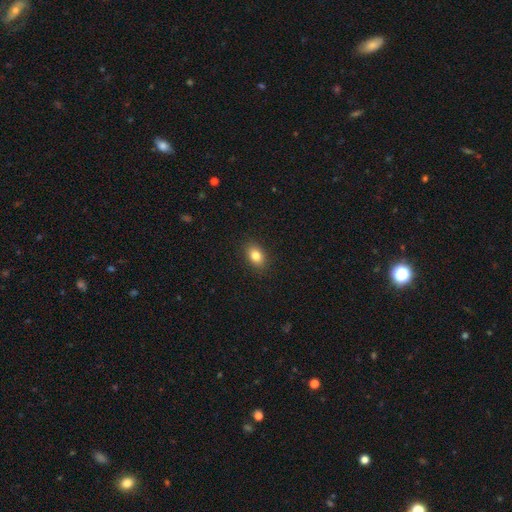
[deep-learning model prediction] smooth_or_featured: smooth (p=0.83) [alt: star or artifact p=0.10]
how_rounded: in between (p=0.78) [alt: round p=0.20]
merging: none (p=0.88) [alt: minor disturbance p=0.08]